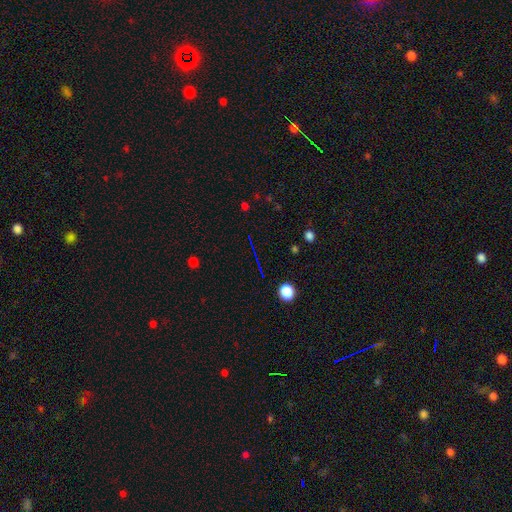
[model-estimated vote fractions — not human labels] A star or artifact, not a galaxy (65%).

Vote fractions:
- Smooth or featured? star or artifact: 65% / smooth: 20% / featured or disk: 15%